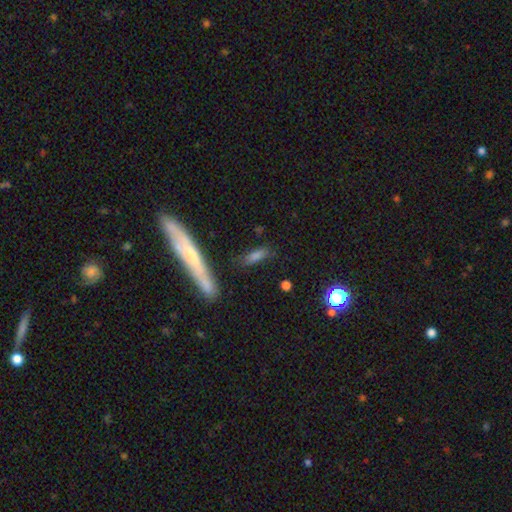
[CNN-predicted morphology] Smooth or featured? smooth (66%)
How rounded? cigar-shaped (62%)
Merging? none (71%)